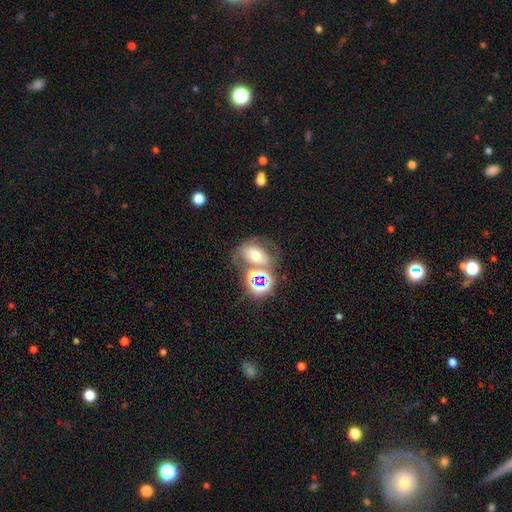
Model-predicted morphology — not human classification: smooth_or_featured: smooth (p=0.41) [alt: featured or disk p=0.35]
merging: none (p=0.43) [alt: merger p=0.30]